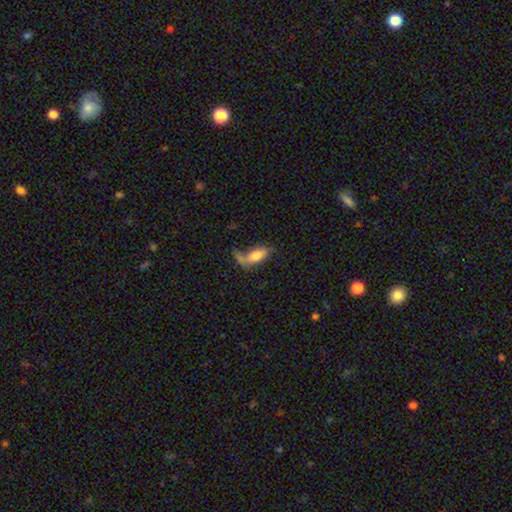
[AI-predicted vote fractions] smooth-or-featured: smooth: 66% | featured or disk: 26% | star or artifact: 8%
  how-rounded: in between: 73% | cigar-shaped: 23% | round: 4%
  merging: none: 38% | major disturbance: 25% | minor disturbance: 21% | merger: 16%